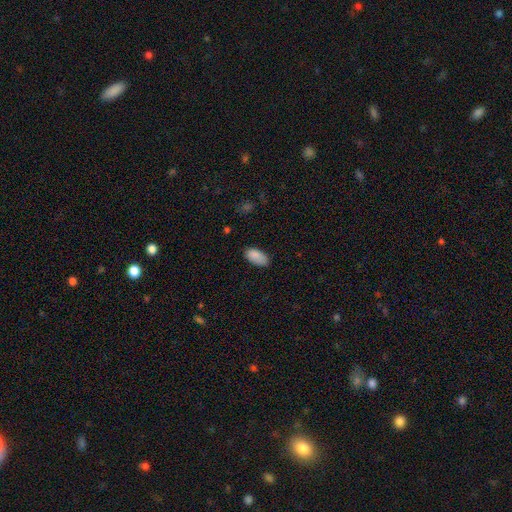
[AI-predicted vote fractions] Smooth or featured?
  - smooth: 88% *
  - star or artifact: 7%
  - featured or disk: 5%
How rounded?
  - in between: 94% *
  - cigar-shaped: 3%
  - round: 3%
Merging?
  - none: 77% *
  - minor disturbance: 18%
  - major disturbance: 3%
  - merger: 1%